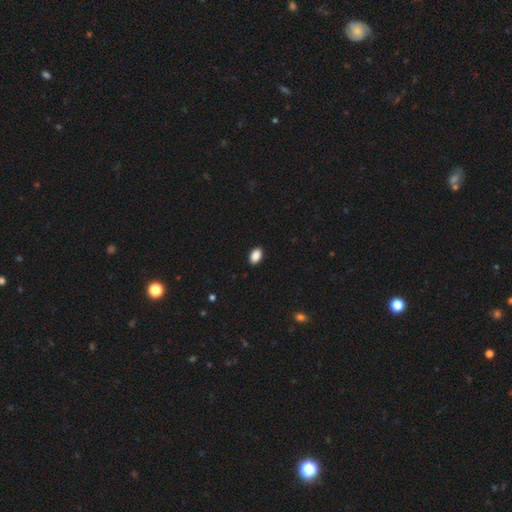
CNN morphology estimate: smooth 90%, star or artifact 8%, featured or disk 3%. Down the decision tree: how rounded — in between (91%); merging — none (90%).